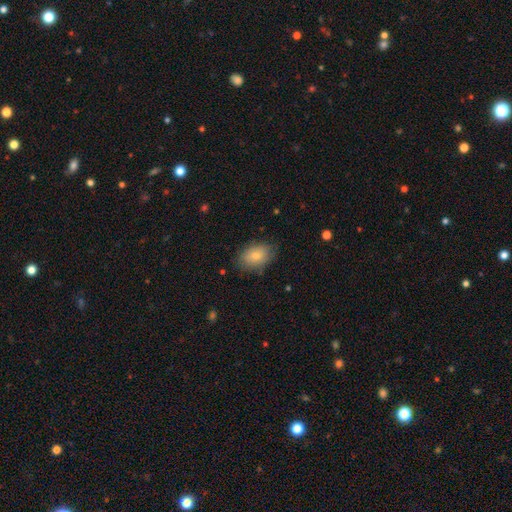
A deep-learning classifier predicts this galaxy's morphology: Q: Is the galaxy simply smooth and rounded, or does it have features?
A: smooth — 82%.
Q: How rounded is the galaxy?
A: in between — 85%.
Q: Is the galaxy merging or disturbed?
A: none — 77%.